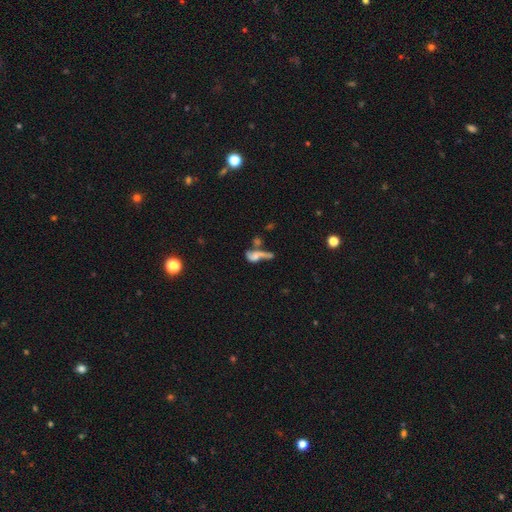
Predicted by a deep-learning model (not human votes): smooth-or-featured: featured or disk: 44% | smooth: 40% | star or artifact: 15%
  merging: merger: 46% | major disturbance: 24% | none: 19% | minor disturbance: 12%